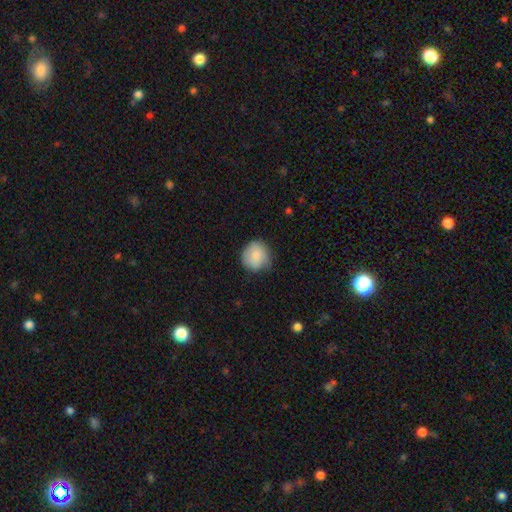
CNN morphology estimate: Smooth or featured? Predicted: smooth (p=0.83). How rounded? Predicted: round (p=0.89). Merging? Predicted: none (p=0.71).